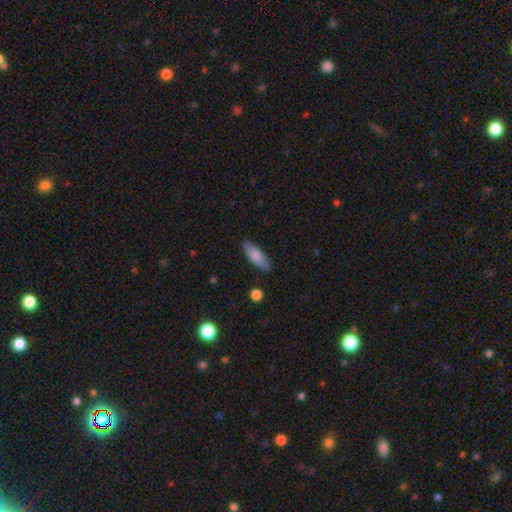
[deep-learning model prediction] smooth_or_featured: smooth (p=0.80) [alt: featured or disk p=0.14]
how_rounded: in between (p=0.61) [alt: cigar-shaped p=0.37]
merging: none (p=0.84) [alt: minor disturbance p=0.12]